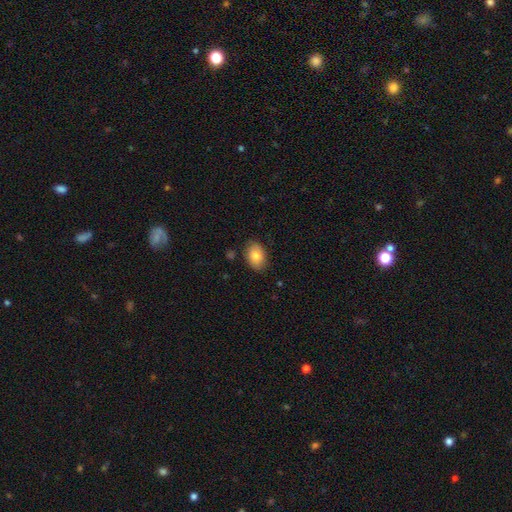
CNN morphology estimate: Smooth or featured? Predicted: smooth (p=0.84). How rounded? Predicted: in between (p=0.83). Merging? Predicted: none (p=0.84).